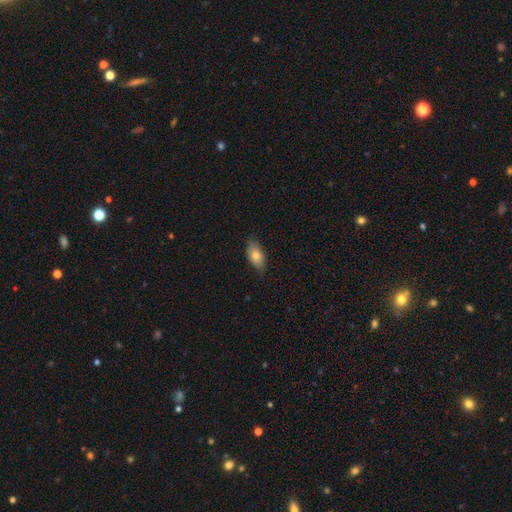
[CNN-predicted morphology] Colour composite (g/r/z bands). It shows a smooth galaxy with no disk features (79%) that is in between round and cigar-shaped (91%). Merging: none (80%).